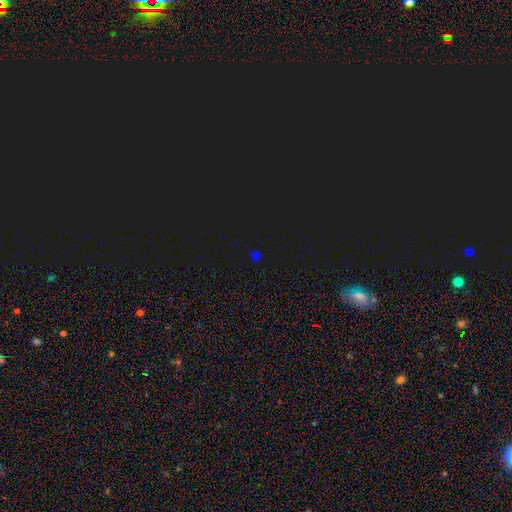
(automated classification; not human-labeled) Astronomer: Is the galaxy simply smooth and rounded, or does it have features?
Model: star or artifact — 56% (runner-up: smooth, 40%).